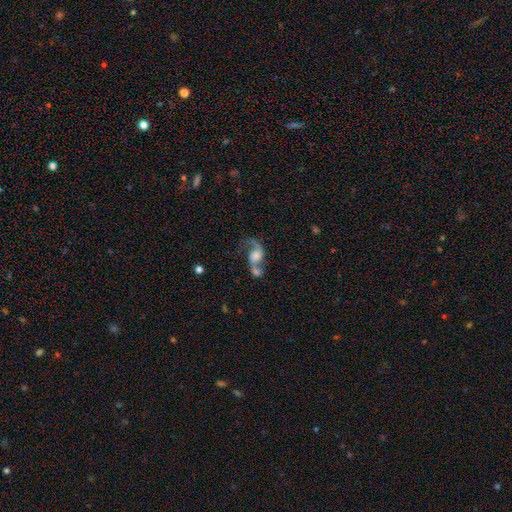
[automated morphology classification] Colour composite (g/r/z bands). It shows a featured or disk galaxy (71%) with no bar (64%), 2 (71%) loose (77%) spiral arms (89%) and a large central bulge (33%). Merging: merger (49%).